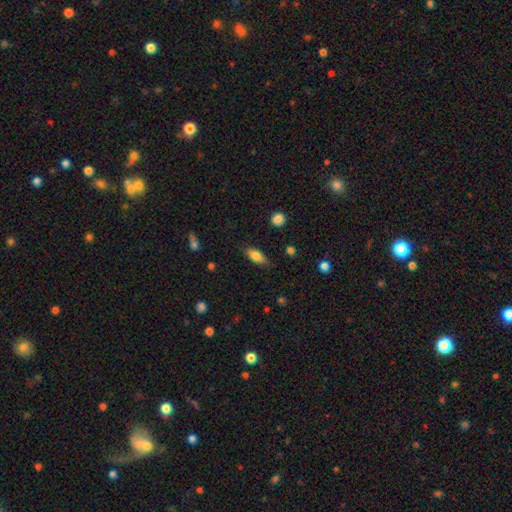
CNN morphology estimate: smooth_or_featured: smooth (p=0.77) [alt: featured or disk p=0.16]
how_rounded: in between (p=0.78) [alt: cigar-shaped p=0.18]
merging: none (p=0.78) [alt: minor disturbance p=0.17]